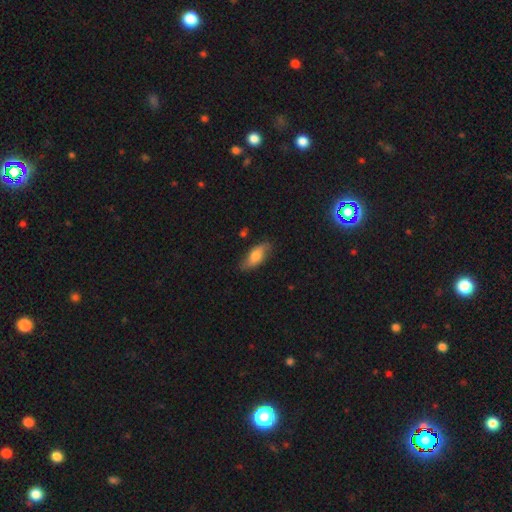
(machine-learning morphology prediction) Q: Smooth or featured?
A: smooth (65%); runner-up: featured or disk (28%)
Q: How rounded?
A: in between (74%); runner-up: cigar-shaped (23%)
Q: Merging?
A: none (77%); runner-up: minor disturbance (18%)